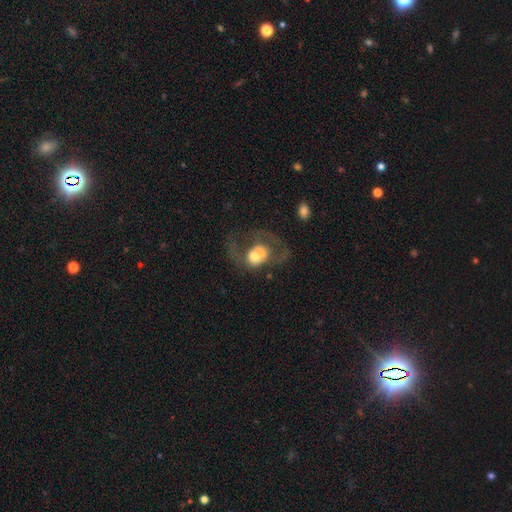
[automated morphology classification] Smooth or featured?
  - featured or disk: 46% * (tied)
  - smooth: 46% * (tied)
  - star or artifact: 9%
Merging?
  - merger: 59% *
  - major disturbance: 19%
  - none: 14%
  - minor disturbance: 7%